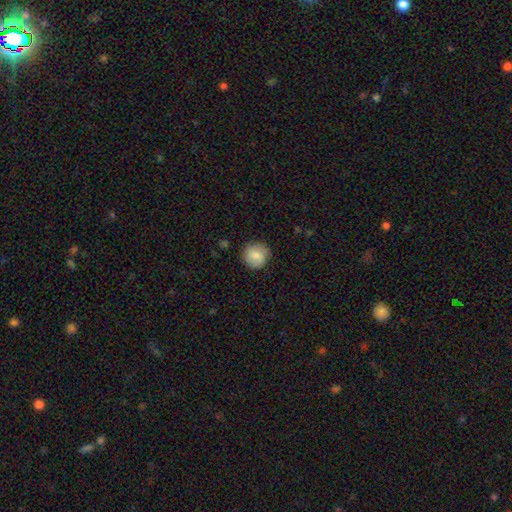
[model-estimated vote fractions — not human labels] Smooth or featured? smooth (82%)
How rounded? round (93%)
Merging? none (85%)